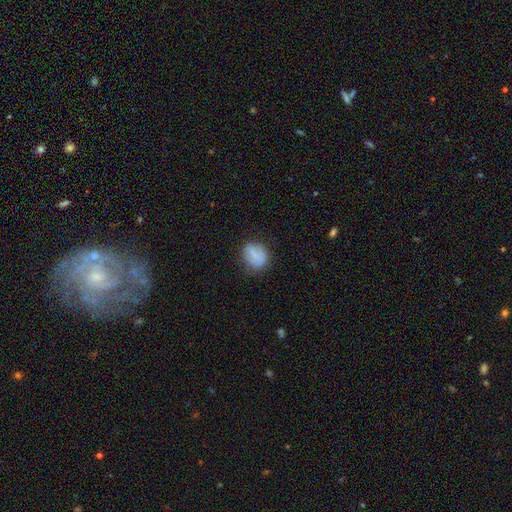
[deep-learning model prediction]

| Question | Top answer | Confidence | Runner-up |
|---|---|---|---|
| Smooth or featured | smooth | 70% | featured or disk (20%) |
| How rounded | round | 60% | in between (39%) |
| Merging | none | 72% | minor disturbance (19%) |